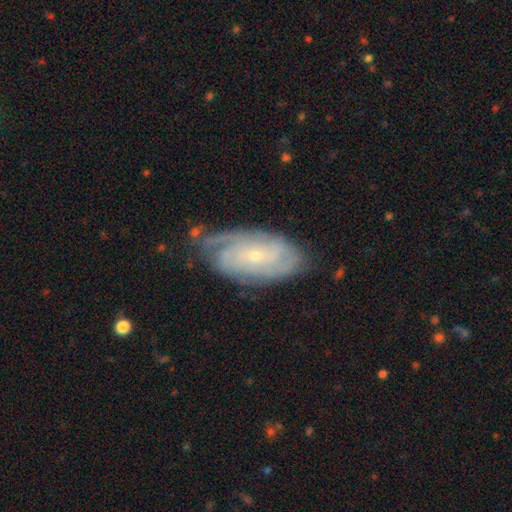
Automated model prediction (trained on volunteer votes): Smooth or featured: featured or disk — 80% (smooth — 14%)
Edge-on disk: no — 94% (yes — 6%)
Bar: no — 63% (weak — 30%)
Spiral arms: yes — 94% (no — 6%)
Spiral winding: tight — 66% (medium — 27%)
Spiral arm count: can't tell — 39% (2 — 20%)
Bulge size: small — 75% (moderate — 22%)
Merging: none — 66% (minor disturbance — 24%)